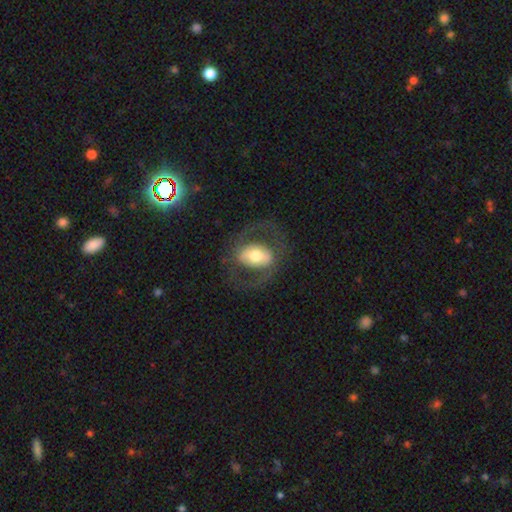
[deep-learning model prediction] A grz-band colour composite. It shows a featured or disk galaxy (64%) with no bar (37%), spiral arms (56%) and a moderate central bulge (59%). Merging: none (71%).